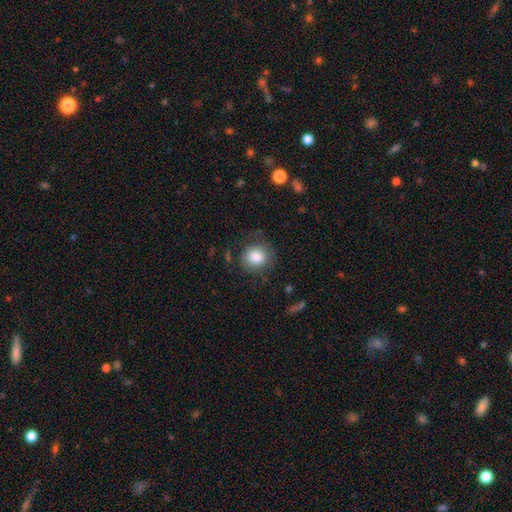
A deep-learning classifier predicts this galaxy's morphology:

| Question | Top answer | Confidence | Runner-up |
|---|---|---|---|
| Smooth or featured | smooth | 83% | featured or disk (9%) |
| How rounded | round | 83% | in between (16%) |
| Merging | none | 73% | minor disturbance (17%) |